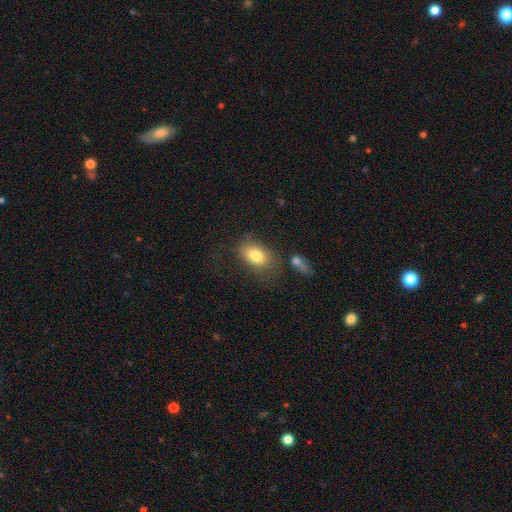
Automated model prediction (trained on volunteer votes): The model was most divided on "merging": none: 58%, minor disturbance: 20%, major disturbance: 13%, merger: 9%. More confident: how rounded — in between (84%); smooth or featured — smooth (78%).